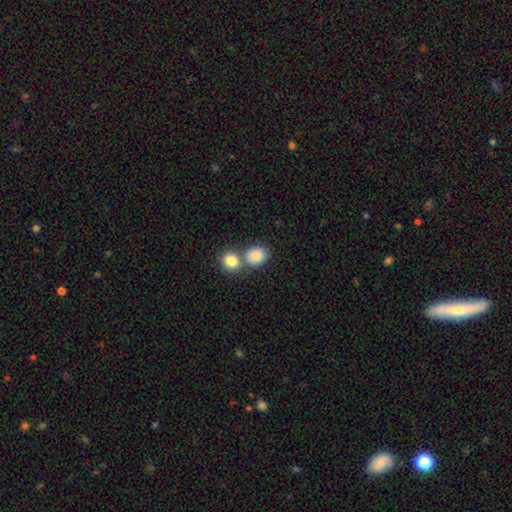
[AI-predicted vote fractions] This appears to be a smooth galaxy with no disk features (86%) that is round (59%). Merging: none (45%).